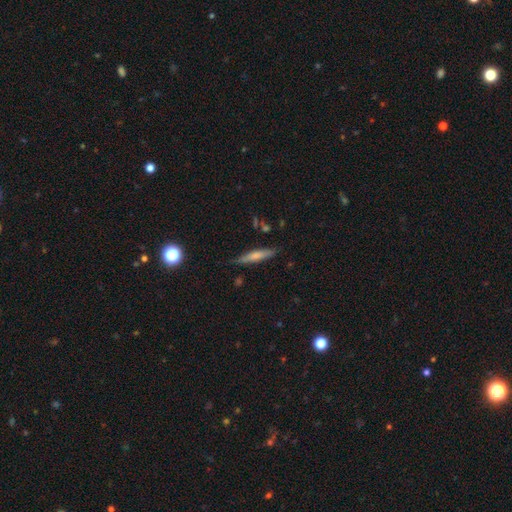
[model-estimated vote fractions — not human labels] A smooth galaxy with no disk features (63%) that is cigar-shaped (87%). Merging: none (79%).